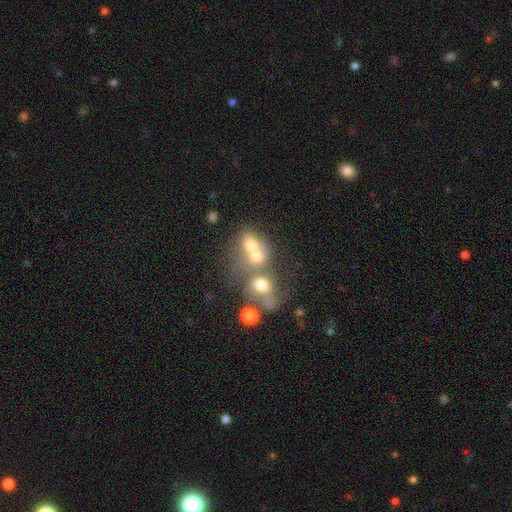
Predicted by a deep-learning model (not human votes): Smooth or featured? Predicted: smooth (p=0.58). How rounded? Predicted: round (p=0.56). Merging? Predicted: merger (p=0.64).